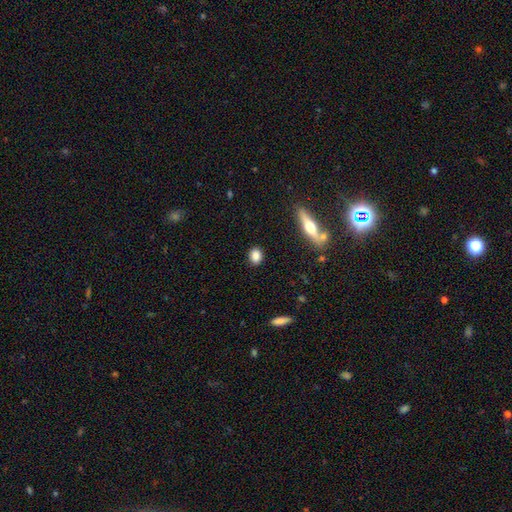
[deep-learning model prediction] Smooth or featured? smooth (84%)
How rounded? in between (48%)
Merging? none (88%)